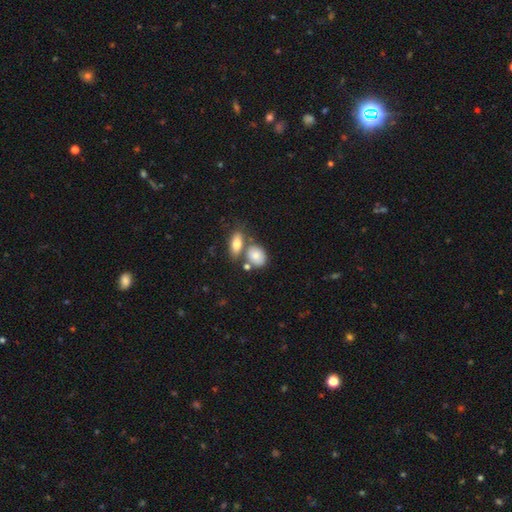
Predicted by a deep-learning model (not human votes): smooth 79%, featured or disk 13%, star or artifact 7%. Down the decision tree: how rounded — in between (73%); merging — none (48%).